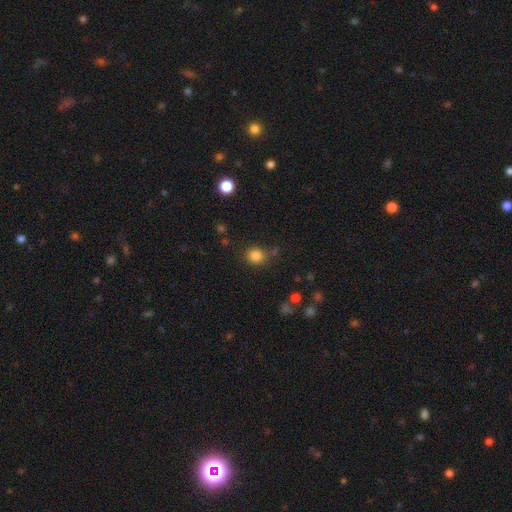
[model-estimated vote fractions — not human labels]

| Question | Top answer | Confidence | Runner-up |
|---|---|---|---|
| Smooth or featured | smooth | 83% | star or artifact (12%) |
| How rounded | round | 83% | in between (16%) |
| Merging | none | 73% | minor disturbance (15%) |